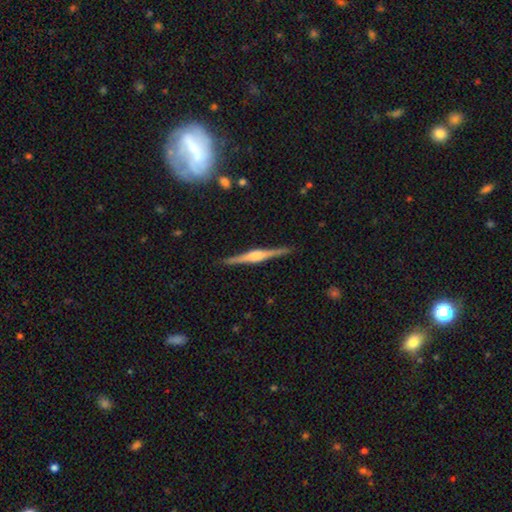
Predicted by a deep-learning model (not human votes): smooth-or-featured: featured or disk: 82% | smooth: 12% | star or artifact: 5%
  disk-edge-on: yes: 98% | no: 2%
    edge-on-bulge: rounded: 69% | boxy: 26% | none: 5%
  merging: none: 91% | minor disturbance: 7% | major disturbance: 1% | merger: 1%